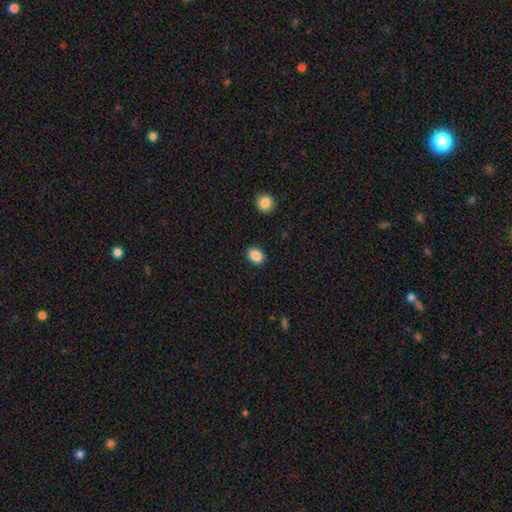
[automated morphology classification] Overall: smooth (88%). How rounded: in between (68%; round 31%). Merging: none (89%).